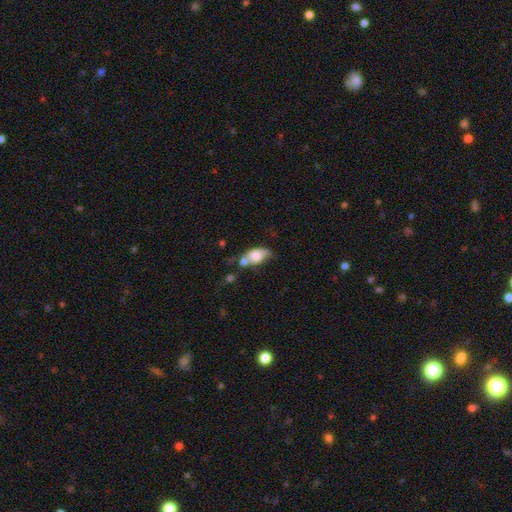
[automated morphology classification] Smooth or featured? Predicted: smooth (p=0.70). How rounded? Predicted: in between (p=0.86). Merging? Predicted: none (p=0.31).